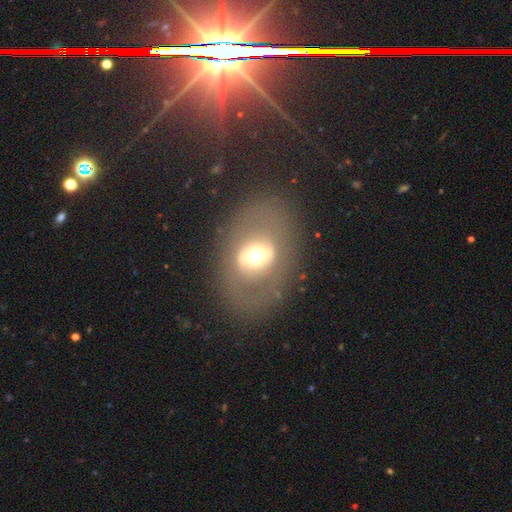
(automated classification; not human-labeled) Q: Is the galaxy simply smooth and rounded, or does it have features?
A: featured or disk — 52%.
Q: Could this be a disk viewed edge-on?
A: no — 88%.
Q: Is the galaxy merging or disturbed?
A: none — 76%.